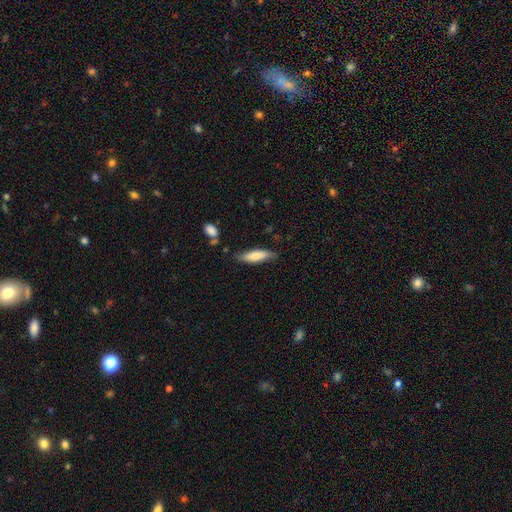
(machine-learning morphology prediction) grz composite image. It shows a smooth galaxy with no disk features (74%) that is cigar-shaped (57%). Merging: none (69%).